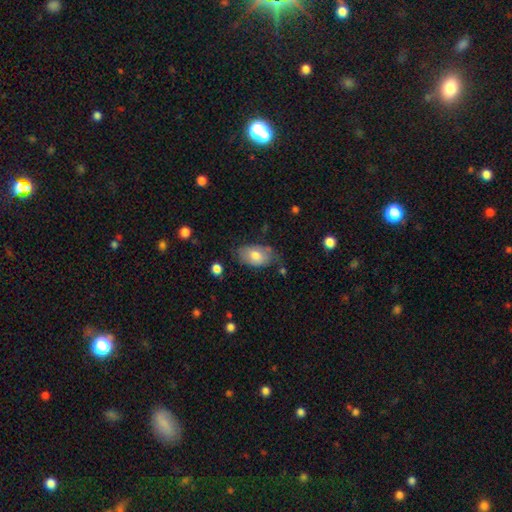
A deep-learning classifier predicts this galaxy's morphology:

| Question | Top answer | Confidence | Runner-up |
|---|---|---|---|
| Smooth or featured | smooth | 73% | featured or disk (20%) |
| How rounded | in between | 92% | round (6%) |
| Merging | none | 63% | minor disturbance (27%) |